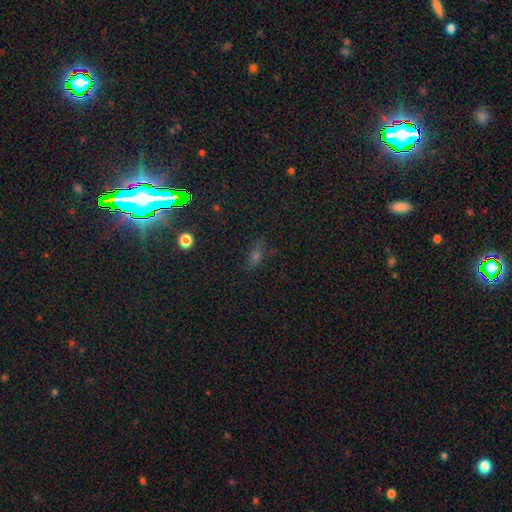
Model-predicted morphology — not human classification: Smooth or featured: star or artifact — 46% (smooth — 37%)